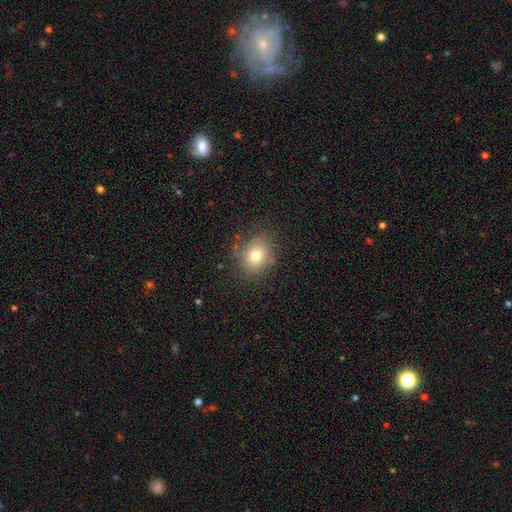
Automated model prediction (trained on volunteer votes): This is likely a smooth galaxy (74%). How rounded: likely round (65%). Merging: likely none (77%).